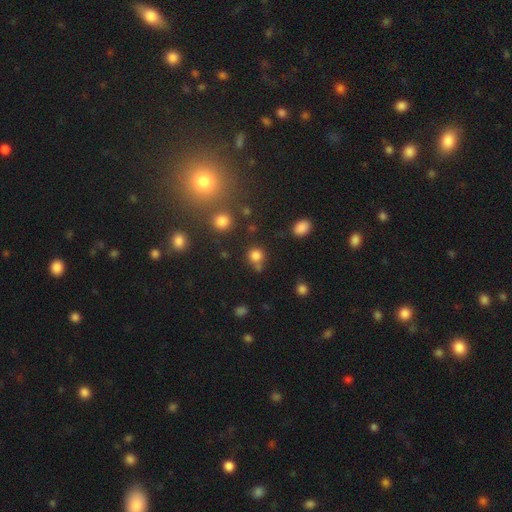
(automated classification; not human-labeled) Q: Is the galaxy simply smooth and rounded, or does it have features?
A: smooth — 79%.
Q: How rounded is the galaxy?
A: round — 87%.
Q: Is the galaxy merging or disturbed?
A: none — 62%.